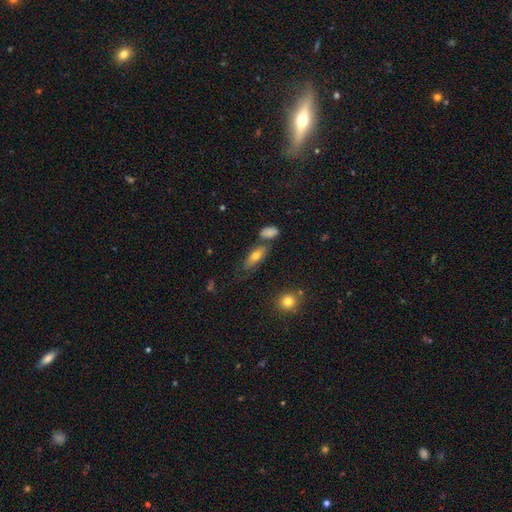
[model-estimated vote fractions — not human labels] Q: Smooth or featured?
A: smooth (63%); runner-up: featured or disk (28%)
Q: How rounded?
A: in between (71%); runner-up: cigar-shaped (25%)
Q: Merging?
A: none (56%); runner-up: minor disturbance (22%)